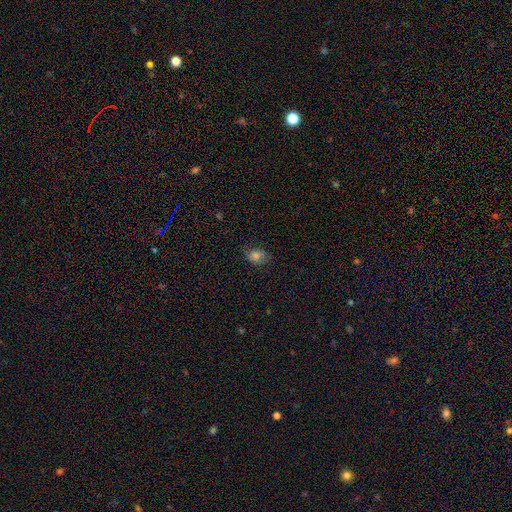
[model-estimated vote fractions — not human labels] Smooth or featured? Predicted: smooth (p=0.76). How rounded? Predicted: in between (p=0.60). Merging? Predicted: none (p=0.66).